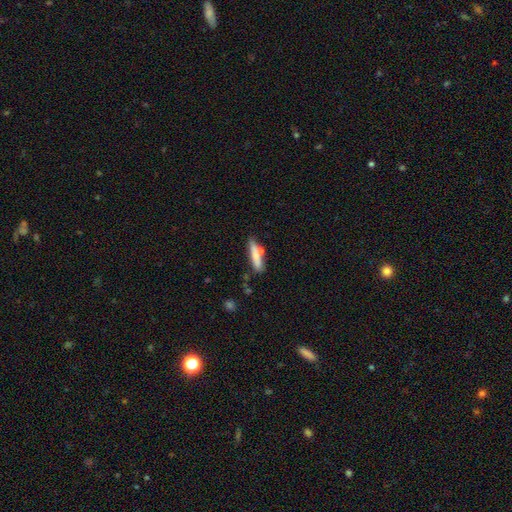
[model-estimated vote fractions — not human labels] Smooth or featured: smooth — 66% (featured or disk — 27%)
How rounded: cigar-shaped — 78% (in between — 20%)
Merging: none — 60% (merger — 18%)